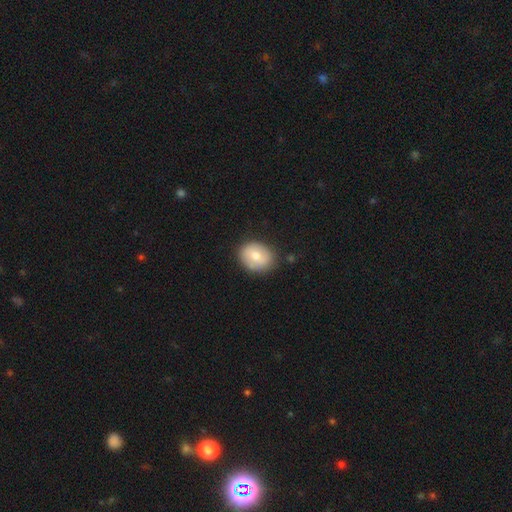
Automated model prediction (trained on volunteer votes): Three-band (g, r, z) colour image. It shows a smooth galaxy with no disk features (72%) that is round (51%). Merging: none (80%).